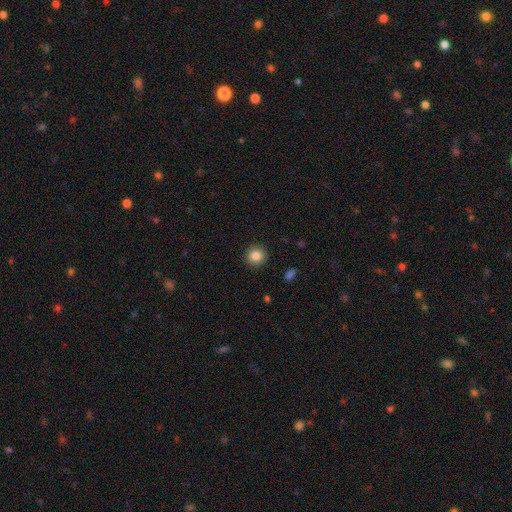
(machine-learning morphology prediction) This is clearly a smooth galaxy (86%). How rounded: clearly round (93%). Merging: clearly none (91%).